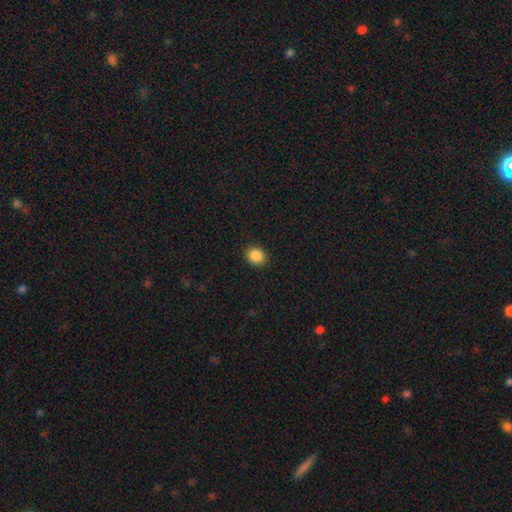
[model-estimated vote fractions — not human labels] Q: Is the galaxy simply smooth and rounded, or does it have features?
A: smooth — 88%.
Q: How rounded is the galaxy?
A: round — 67%.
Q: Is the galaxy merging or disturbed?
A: none — 90%.